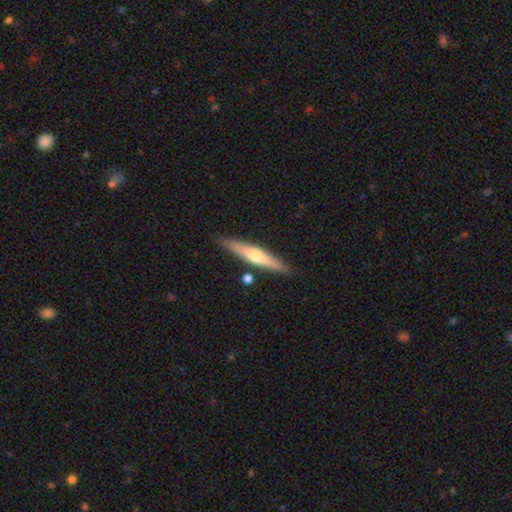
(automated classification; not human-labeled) Smooth or featured: featured or disk — 51% (smooth — 43%)
Edge-on disk: yes — 93% (no — 7%)
Merging: none — 86% (minor disturbance — 9%)